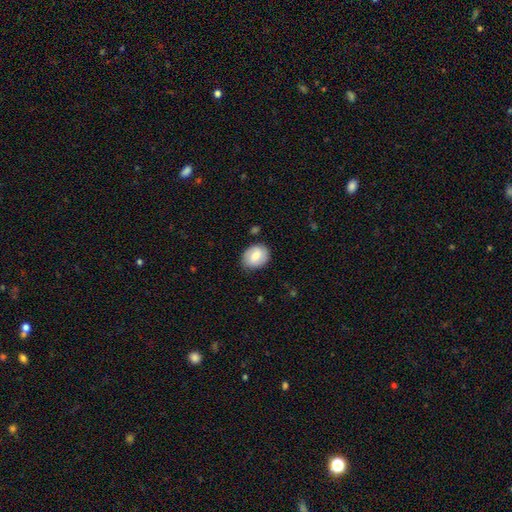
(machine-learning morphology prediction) This appears to be a smooth galaxy with no disk features (69%) that is round (52%). Merging: none (81%).